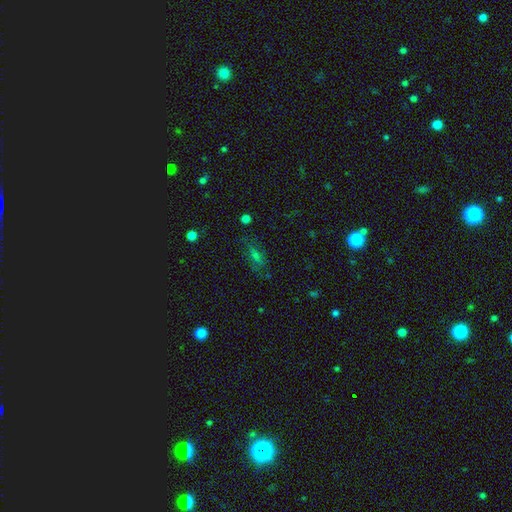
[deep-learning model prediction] Overall: smooth (41%; star or artifact 31%). Merging: none (69%).